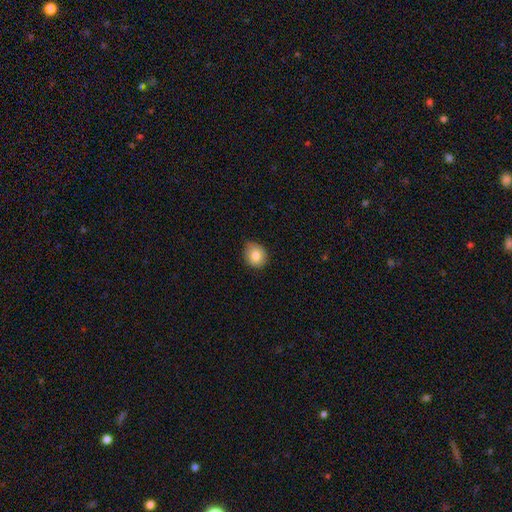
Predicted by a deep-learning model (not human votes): smooth-or-featured: smooth: 82% | star or artifact: 9% | featured or disk: 8%
  how-rounded: round: 74% | in between: 25% | cigar-shaped: 1%
  merging: none: 73% | minor disturbance: 22% | major disturbance: 3% | merger: 1%